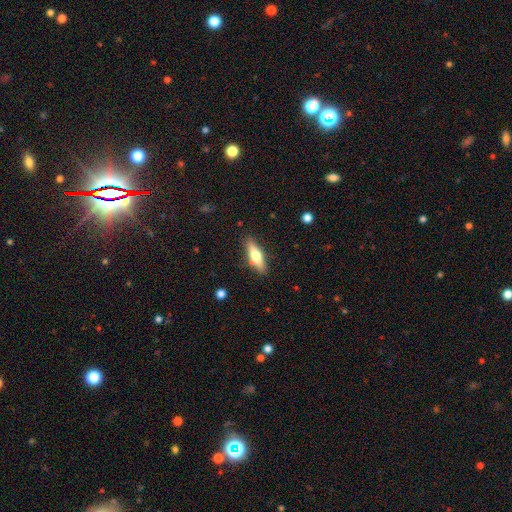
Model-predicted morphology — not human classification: Smooth or featured?
  - smooth: 56% *
  - featured or disk: 38%
  - star or artifact: 6%
How rounded?
  - cigar-shaped: 60% *
  - in between: 38%
  - round: 2%
Merging?
  - none: 85% *
  - minor disturbance: 10%
  - major disturbance: 2%
  - merger: 2%